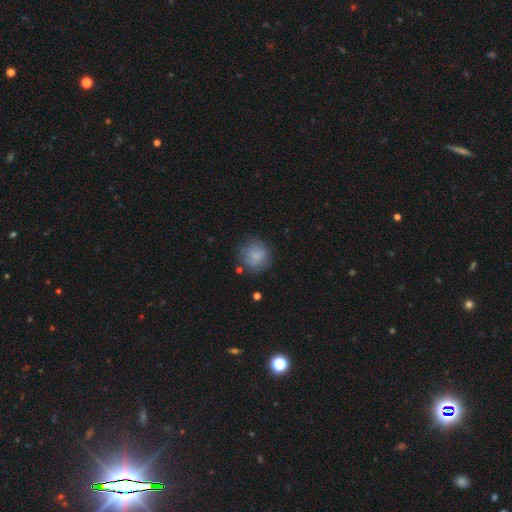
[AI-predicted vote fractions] A smooth galaxy with no disk features (77%) that is round (89%).

Vote fractions:
- Smooth or featured? smooth: 77% / featured or disk: 14% / star or artifact: 9%
- How rounded? round: 89% / in between: 10% / cigar-shaped: 1%
- Merging? none: 71% / minor disturbance: 18% / major disturbance: 7% / merger: 3%